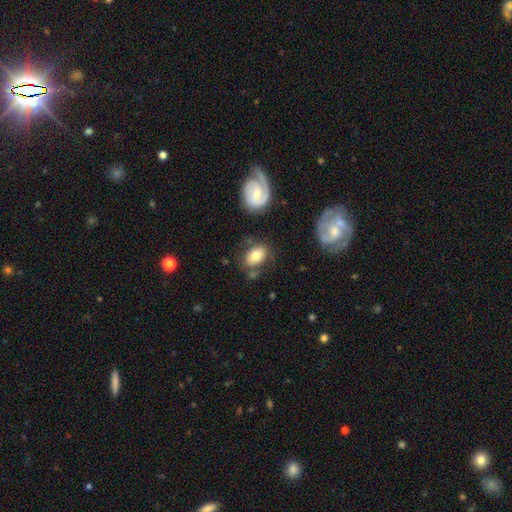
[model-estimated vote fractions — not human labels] A smooth galaxy with no disk features (73%) that is in between round and cigar-shaped (78%). Merging: none (67%).